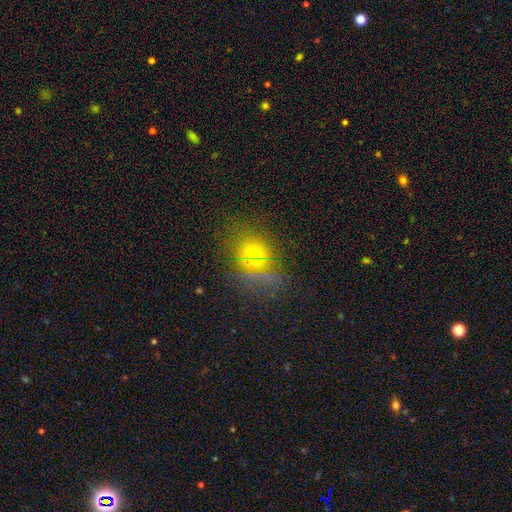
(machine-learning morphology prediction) This is possibly a smooth galaxy (56%). How rounded: possibly round (55%). Merging: likely none (72%).